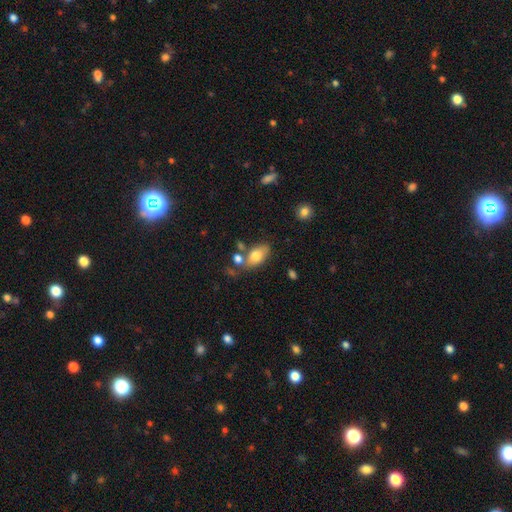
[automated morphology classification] This appears to be a smooth galaxy with no disk features (75%) that is in between round and cigar-shaped (90%). Merging: none (54%).